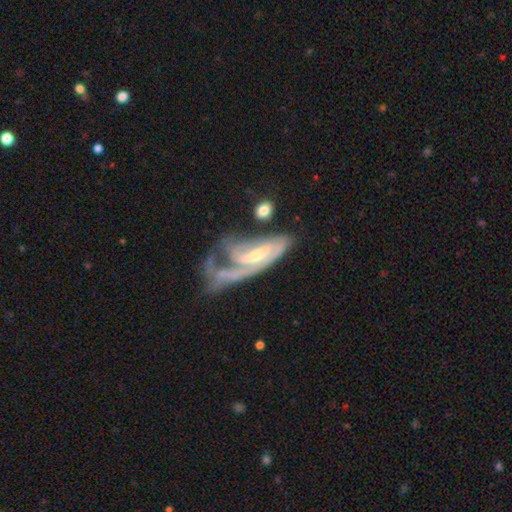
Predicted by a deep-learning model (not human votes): smooth_or_featured: featured or disk (p=0.74) [alt: smooth p=0.20]
disk_edge_on: no (p=0.84) [alt: yes p=0.16]
bar: weak (p=0.37) [alt: strong p=0.32]
has_spiral_arms: yes (p=0.77) [alt: no p=0.23]
bulge_size: small (p=0.42) [alt: moderate p=0.41]
merging: major disturbance (p=0.42) [alt: merger p=0.22]